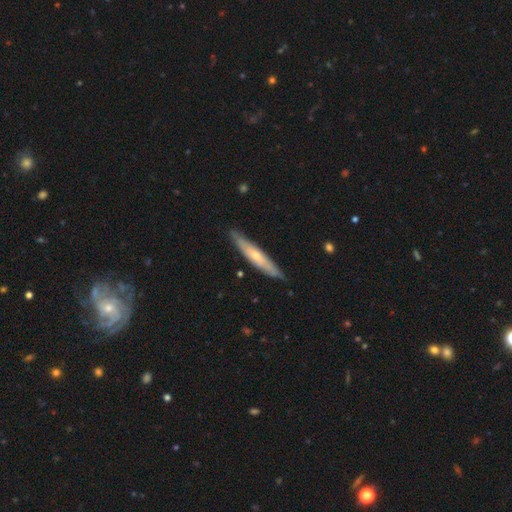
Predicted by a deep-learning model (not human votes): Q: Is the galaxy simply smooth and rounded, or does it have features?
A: featured or disk — 53%.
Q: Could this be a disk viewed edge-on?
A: yes — 79%.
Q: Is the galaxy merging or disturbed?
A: none — 85%.